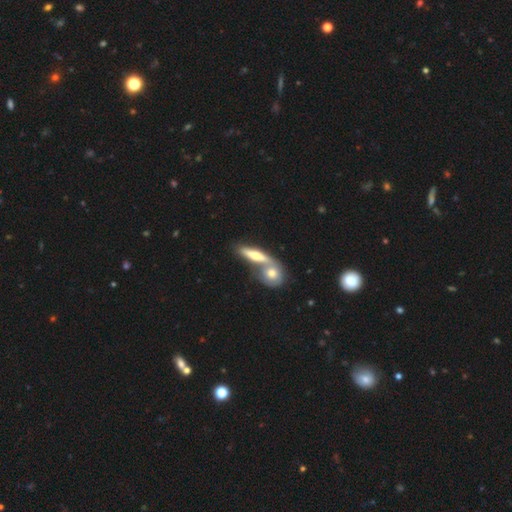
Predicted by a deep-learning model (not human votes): The model was most divided on "how rounded": cigar-shaped: 53%, in between: 37%, round: 9%. More confident: smooth or featured — smooth (56%); merging — merger (53%).